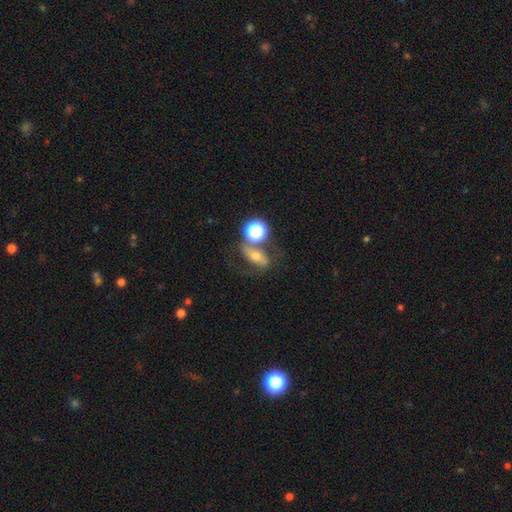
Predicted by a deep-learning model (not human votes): A featured or disk galaxy (44%).

Vote fractions:
- Smooth or featured? featured or disk: 44% / smooth: 40% / star or artifact: 16%
- Merging? none: 48% / merger: 23% / minor disturbance: 16% / major disturbance: 13%